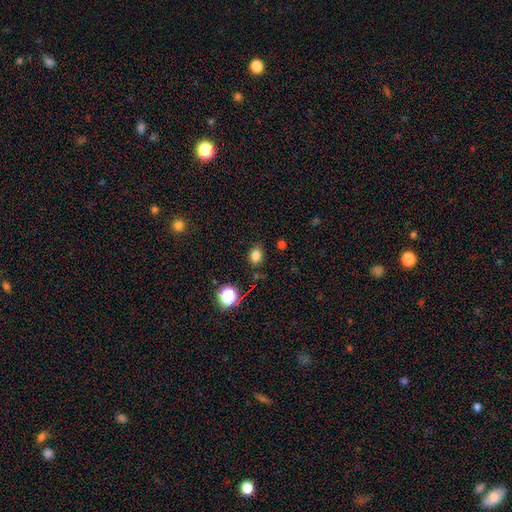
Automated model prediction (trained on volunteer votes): This appears to be a smooth galaxy with no disk features (80%) that is in between round and cigar-shaped (62%). Merging: none (82%).